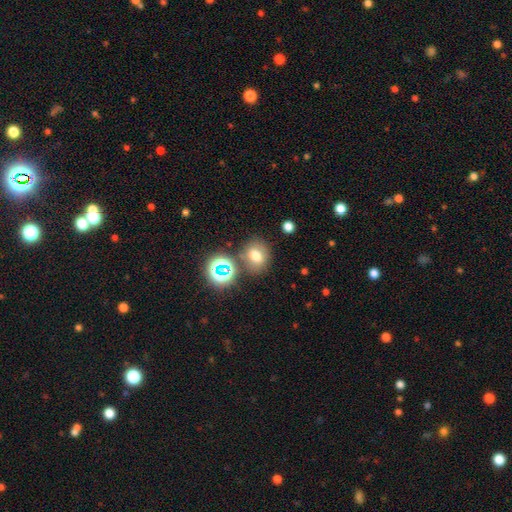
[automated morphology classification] smooth_or_featured: smooth (p=0.67) [alt: star or artifact p=0.21]
how_rounded: round (p=0.59) [alt: in between p=0.40]
merging: none (p=0.72) [alt: minor disturbance p=0.12]